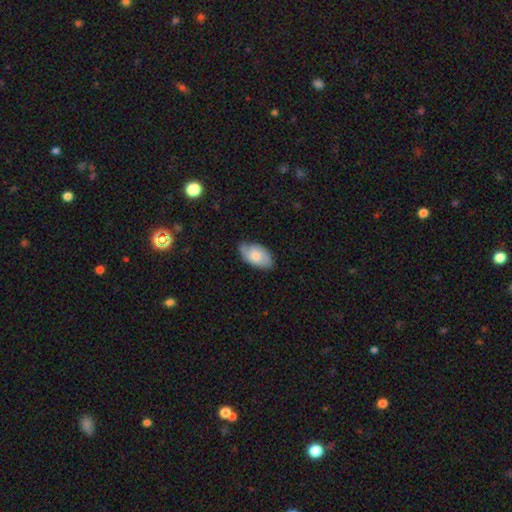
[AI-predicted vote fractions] smooth 52%, featured or disk 42%, star or artifact 7%. Down the decision tree: how rounded — in between (93%); merging — none (71%).